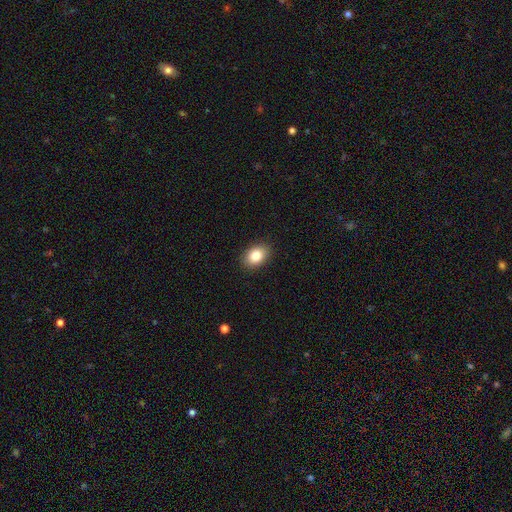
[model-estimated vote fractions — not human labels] Q: Smooth or featured?
A: smooth (85%); runner-up: star or artifact (8%)
Q: How rounded?
A: in between (78%); runner-up: round (21%)
Q: Merging?
A: none (89%); runner-up: minor disturbance (8%)